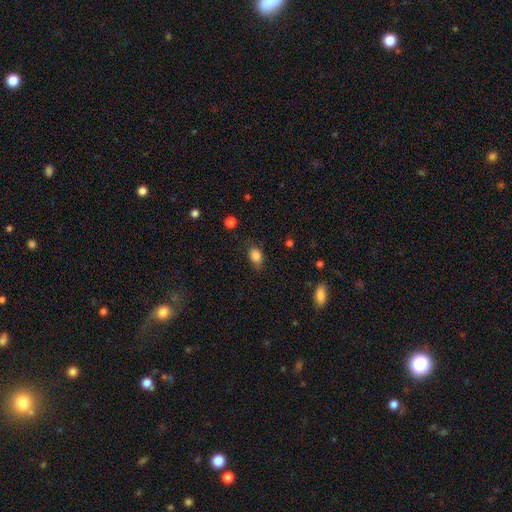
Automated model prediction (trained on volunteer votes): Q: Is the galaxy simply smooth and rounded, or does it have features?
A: smooth — 85%.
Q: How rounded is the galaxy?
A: in between — 81%.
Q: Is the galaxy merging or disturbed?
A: none — 75%.